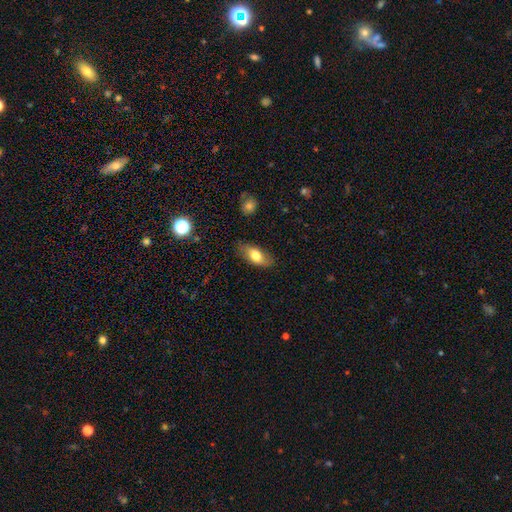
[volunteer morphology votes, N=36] This appears to be a smooth galaxy with no disk features (67%) that is in between round and cigar-shaped (79%). Merging: none (79%).